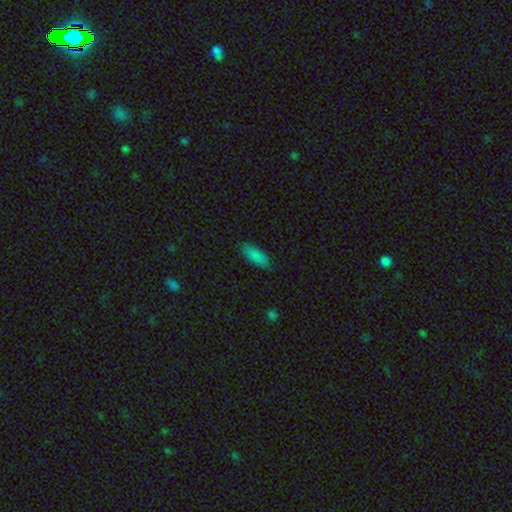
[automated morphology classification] Smooth or featured? smooth (87%)
How rounded? in between (80%)
Merging? none (84%)